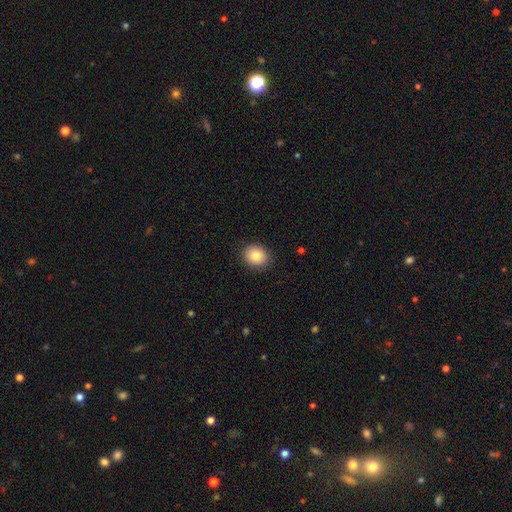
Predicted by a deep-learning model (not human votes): Morphology: type=smooth (86%); roundness=round (66%); merging=none (88%).